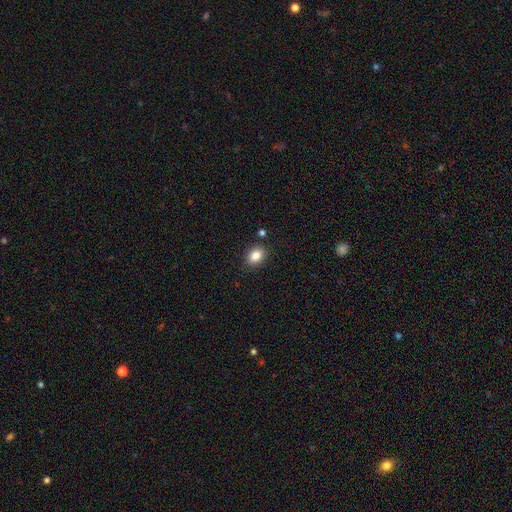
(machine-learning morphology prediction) smooth_or_featured: smooth (p=0.84) [alt: star or artifact p=0.09]
how_rounded: in between (p=0.71) [alt: round p=0.27]
merging: none (p=0.85) [alt: minor disturbance p=0.09]